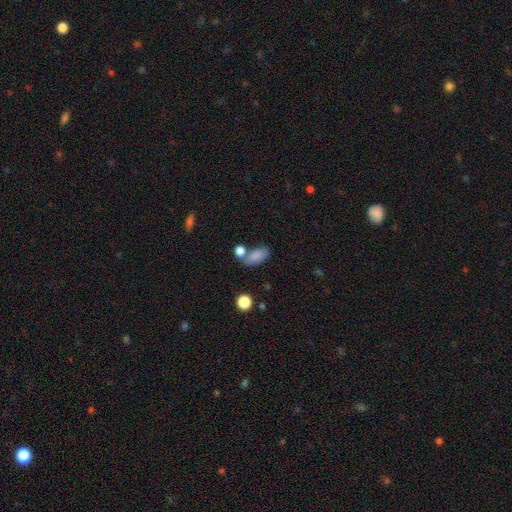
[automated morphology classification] smooth_or_featured: smooth (p=0.83) [alt: star or artifact p=0.09]
how_rounded: in between (p=0.89) [alt: round p=0.07]
merging: none (p=0.55) [alt: merger p=0.23]